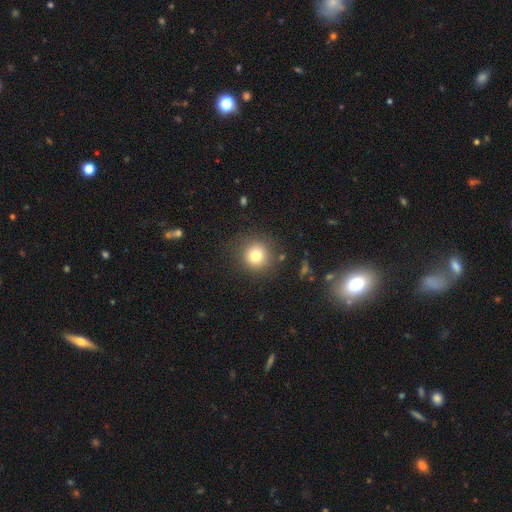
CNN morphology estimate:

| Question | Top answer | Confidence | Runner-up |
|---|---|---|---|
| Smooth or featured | smooth | 78% | star or artifact (12%) |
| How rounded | round | 94% | in between (6%) |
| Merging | none | 86% | minor disturbance (9%) |